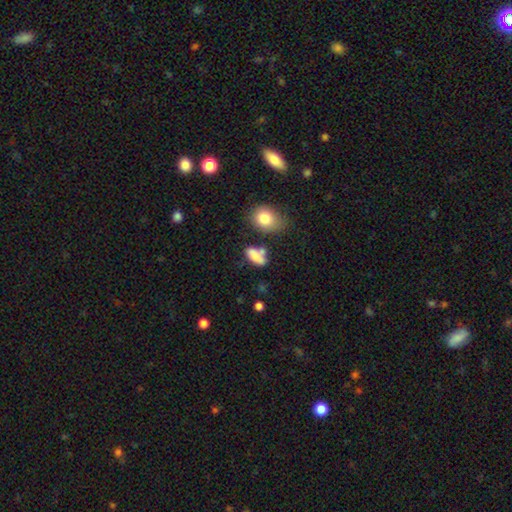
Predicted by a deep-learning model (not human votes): Smooth or featured?
  - smooth: 79% *
  - featured or disk: 12%
  - star or artifact: 9%
How rounded?
  - in between: 78% *
  - cigar-shaped: 14%
  - round: 8%
Merging?
  - none: 46% *
  - merger: 23%
  - minor disturbance: 21%
  - major disturbance: 10%